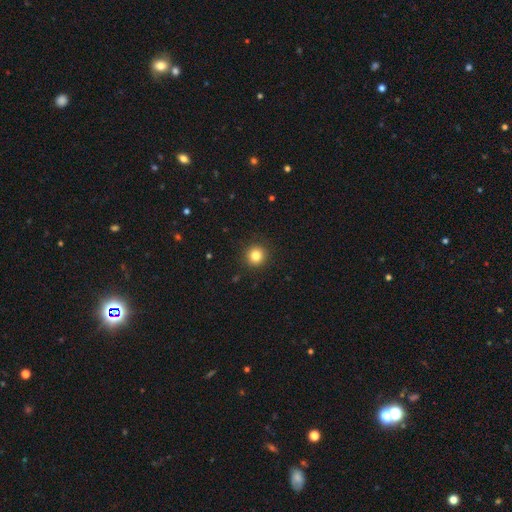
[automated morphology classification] smooth 83%, star or artifact 11%, featured or disk 6%. Down the decision tree: how rounded — round (95%); merging — none (92%).